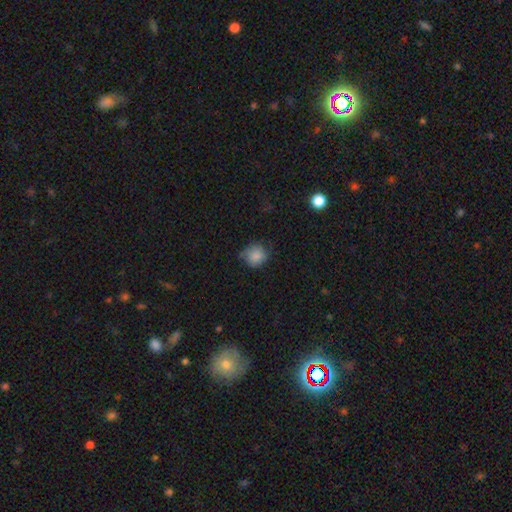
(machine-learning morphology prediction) Smooth or featured? Predicted: smooth (p=0.83). How rounded? Predicted: round (p=0.80). Merging? Predicted: none (p=0.56).